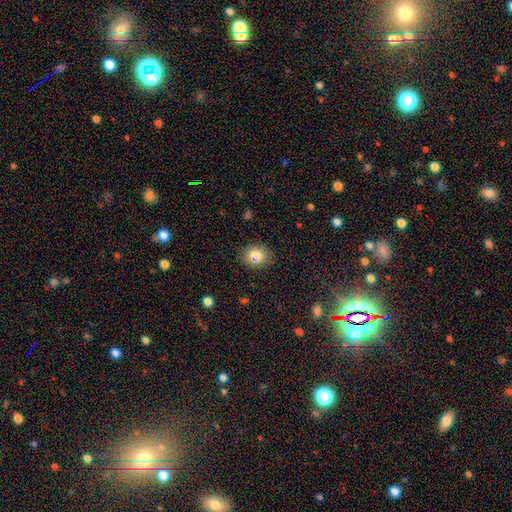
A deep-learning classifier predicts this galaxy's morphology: The model was most divided on "how rounded": in between: 51%, round: 48%, cigar-shaped: 1%. More confident: merging — none (82%); smooth or featured — smooth (80%).